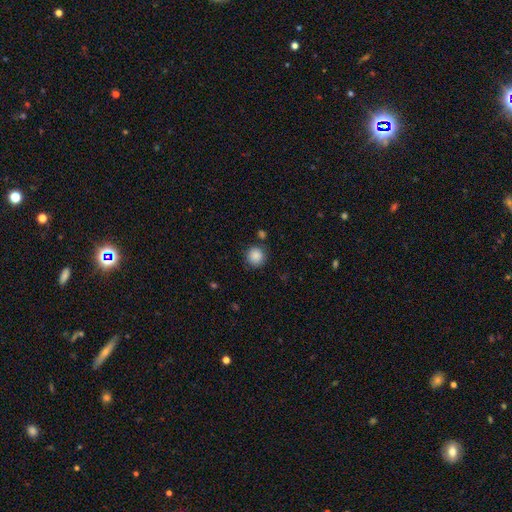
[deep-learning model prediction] smooth 88%, star or artifact 9%, featured or disk 3%. Down the decision tree: how rounded — round (92%); merging — none (83%).